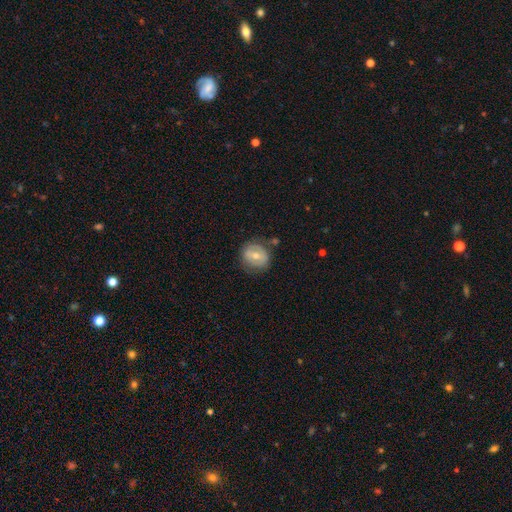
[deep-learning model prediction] Overall: featured or disk (49%; smooth 44%). Merging: none (69%).